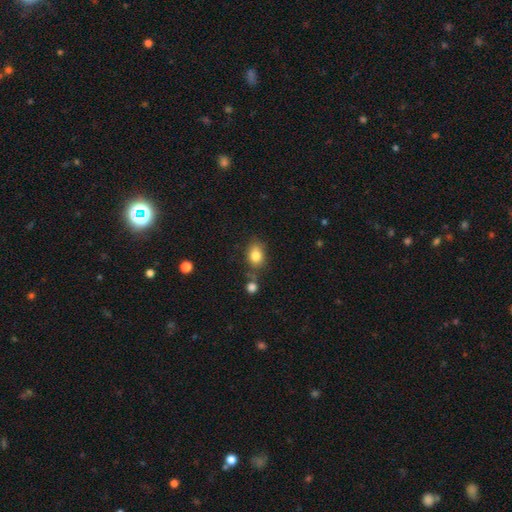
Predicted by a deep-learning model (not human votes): Smooth or featured? smooth (82%)
How rounded? in between (69%)
Merging? none (66%)